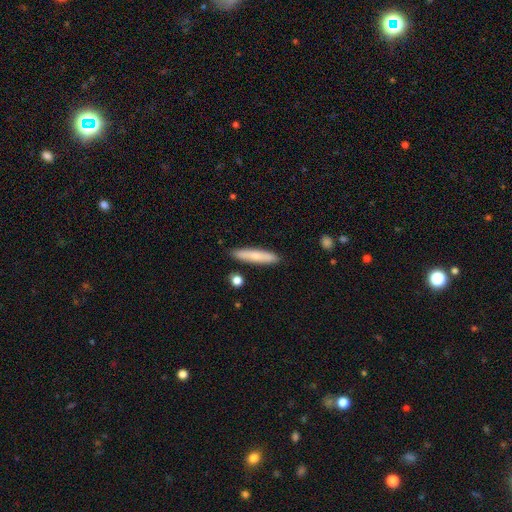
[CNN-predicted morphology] The model was most divided on "smooth or featured": smooth: 74%, featured or disk: 20%, star or artifact: 6%. More confident: merging — none (88%); how rounded — cigar-shaped (88%).